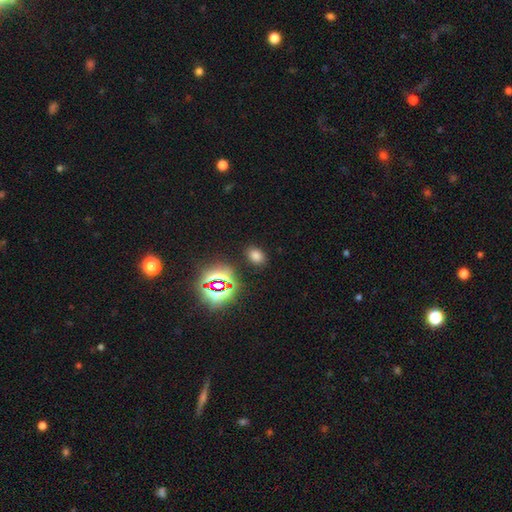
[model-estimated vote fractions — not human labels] Smooth or featured? smooth (68%)
How rounded? in between (78%)
Merging? none (86%)